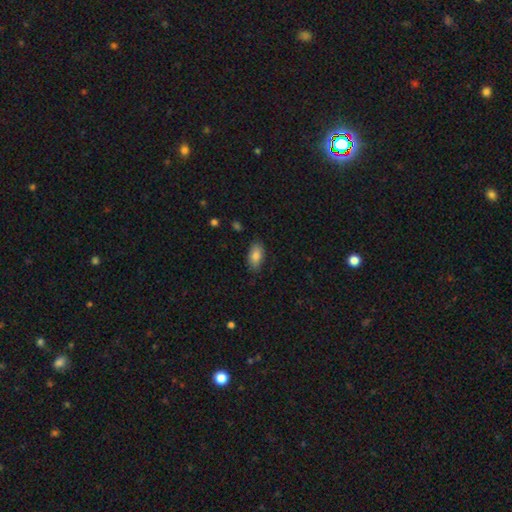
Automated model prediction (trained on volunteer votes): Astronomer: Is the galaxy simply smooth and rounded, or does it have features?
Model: smooth — 84%.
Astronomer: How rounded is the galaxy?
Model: in between — 92%.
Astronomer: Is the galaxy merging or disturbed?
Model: none — 80%.